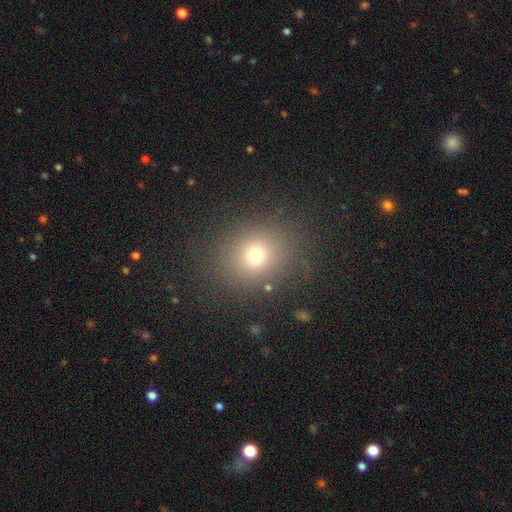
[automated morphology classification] smooth-or-featured: smooth: 70% | star or artifact: 19% | featured or disk: 11%
  how-rounded: round: 77% | in between: 22% | cigar-shaped: 1%
  merging: none: 84% | minor disturbance: 9% | major disturbance: 5% | merger: 2%